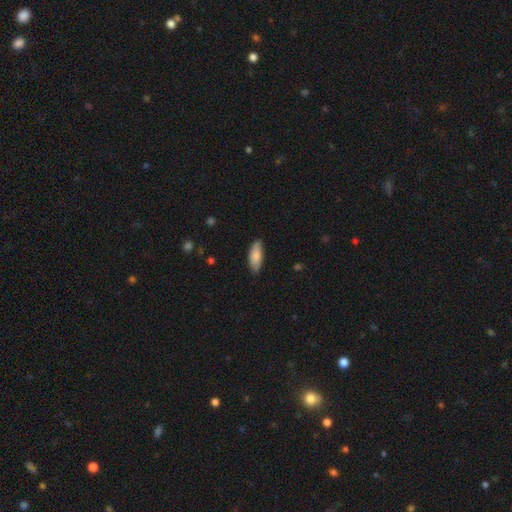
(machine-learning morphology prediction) Smooth or featured?
  - smooth: 84% *
  - featured or disk: 11%
  - star or artifact: 6%
How rounded?
  - in between: 71% *
  - cigar-shaped: 27%
  - round: 2%
Merging?
  - none: 82% *
  - minor disturbance: 15%
  - major disturbance: 2%
  - merger: 1%